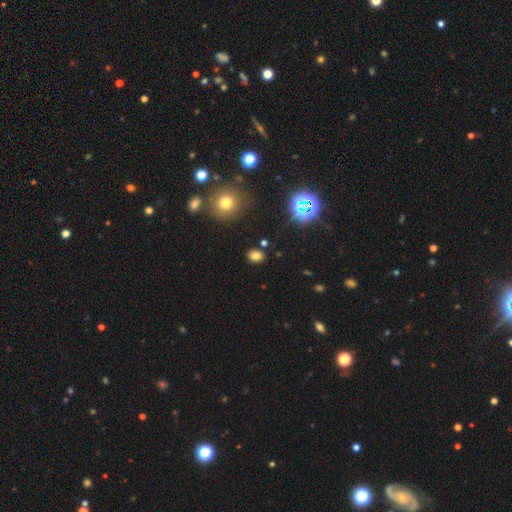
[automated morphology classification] Smooth or featured?
  - smooth: 73% *
  - star or artifact: 20%
  - featured or disk: 7%
How rounded?
  - in between: 63% *
  - round: 35%
  - cigar-shaped: 1%
Merging?
  - none: 86% *
  - minor disturbance: 8%
  - merger: 3%
  - major disturbance: 3%